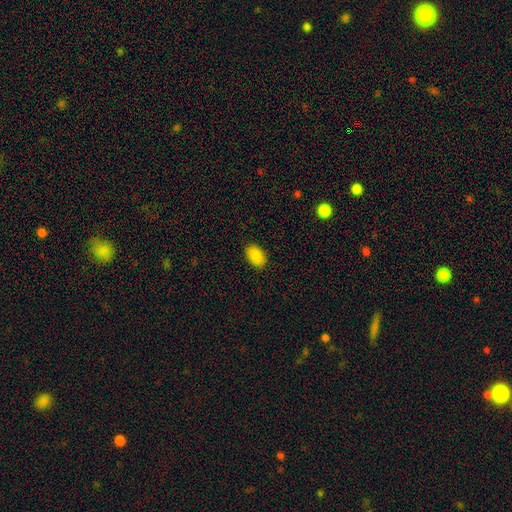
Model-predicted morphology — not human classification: Q: Smooth or featured?
A: smooth (89%); runner-up: star or artifact (8%)
Q: How rounded?
A: in between (90%); runner-up: round (9%)
Q: Merging?
A: none (88%); runner-up: minor disturbance (8%)